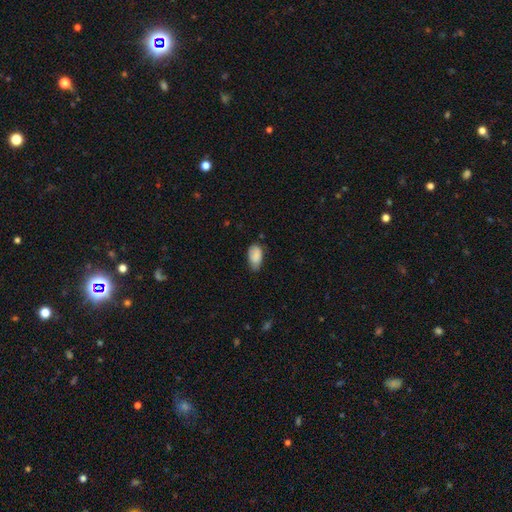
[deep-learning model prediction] Smooth or featured? smooth (85%)
How rounded? in between (93%)
Merging? none (55%)